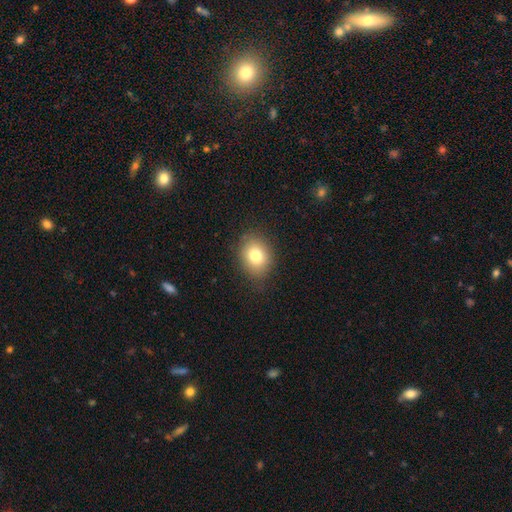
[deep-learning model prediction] This is likely a smooth galaxy (79%). How rounded: possibly in between (51%). Merging: clearly none (84%).